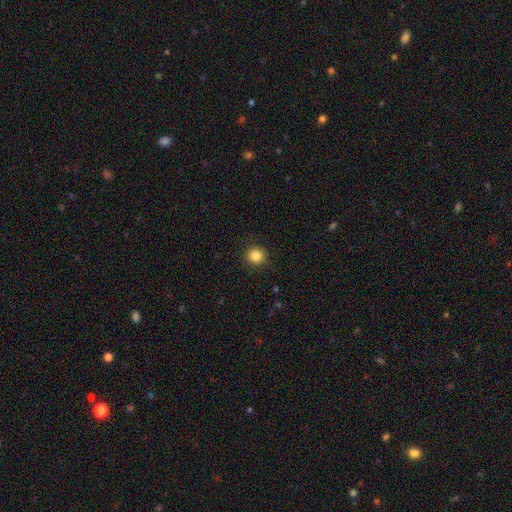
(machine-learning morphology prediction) Overall: smooth (85%). How rounded: round (93%). Merging: none (92%).